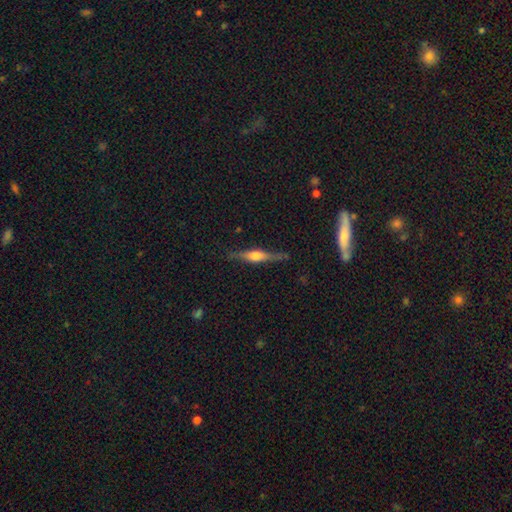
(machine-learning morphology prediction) Overall: featured or disk (69%). Edge-on disk: yes (97%). Edge-on bulge: rounded (88%). Merging: none (82%).